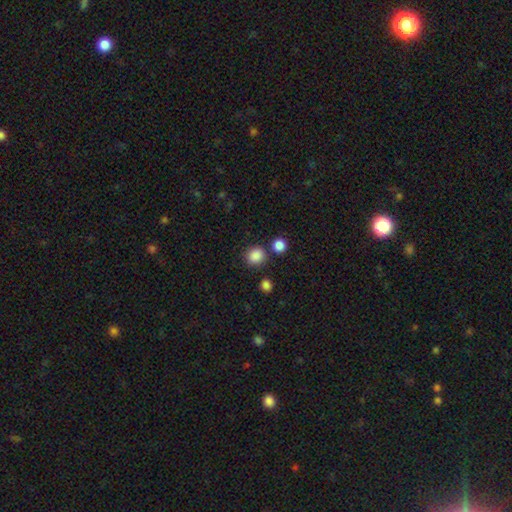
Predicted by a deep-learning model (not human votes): smooth 86%, star or artifact 10%, featured or disk 3%. Down the decision tree: how rounded — round (82%); merging — none (79%).